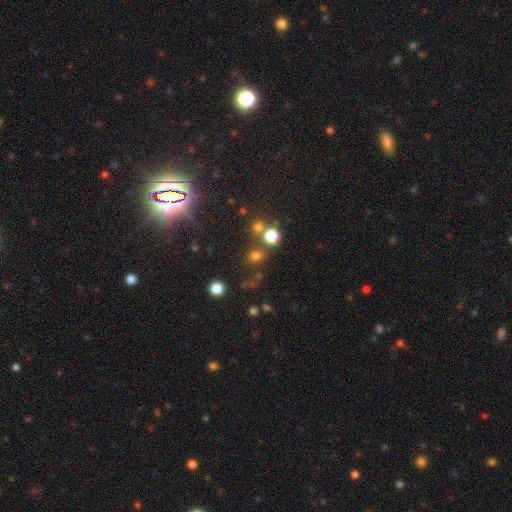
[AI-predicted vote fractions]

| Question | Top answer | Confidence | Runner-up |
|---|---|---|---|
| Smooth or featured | smooth | 64% | star or artifact (29%) |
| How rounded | round | 75% | in between (23%) |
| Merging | none | 72% | merger (13%) |